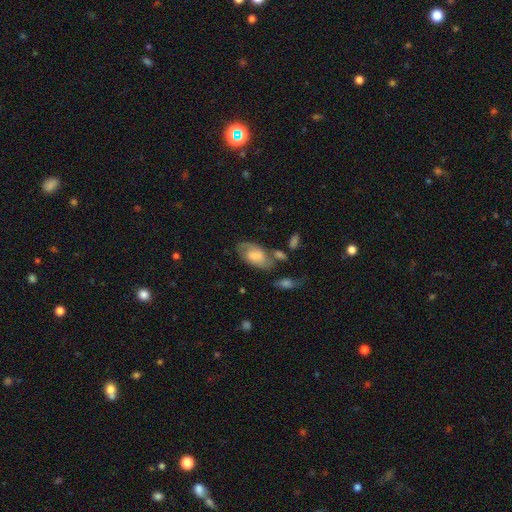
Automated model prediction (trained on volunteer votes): The model was most divided on "smooth or featured": smooth: 50%, featured or disk: 43%, star or artifact: 7%. More confident: how rounded — in between (92%); merging — none (55%).